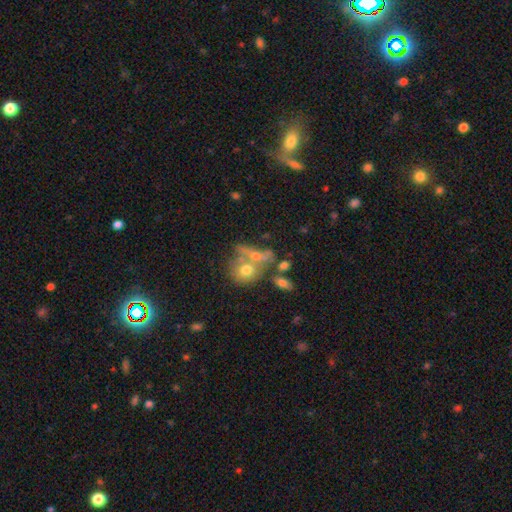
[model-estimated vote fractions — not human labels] smooth-or-featured: smooth: 52% | featured or disk: 32% | star or artifact: 16%
  how-rounded: round: 54% | in between: 39% | cigar-shaped: 6%
  merging: merger: 47% | none: 32% | minor disturbance: 11% | major disturbance: 10%